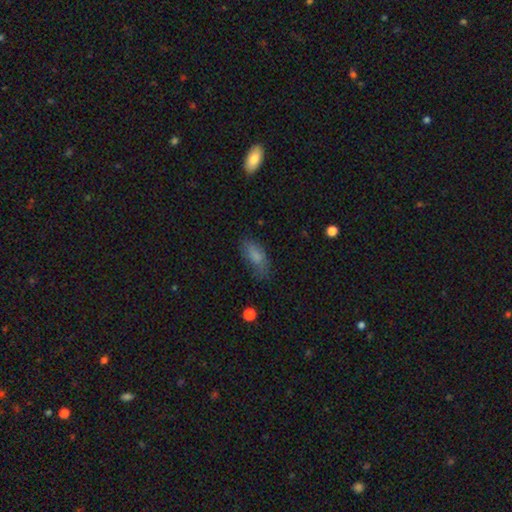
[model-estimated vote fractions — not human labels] Q: Smooth or featured?
A: smooth (78%); runner-up: featured or disk (13%)
Q: How rounded?
A: in between (84%); runner-up: cigar-shaped (13%)
Q: Merging?
A: none (61%); runner-up: minor disturbance (27%)